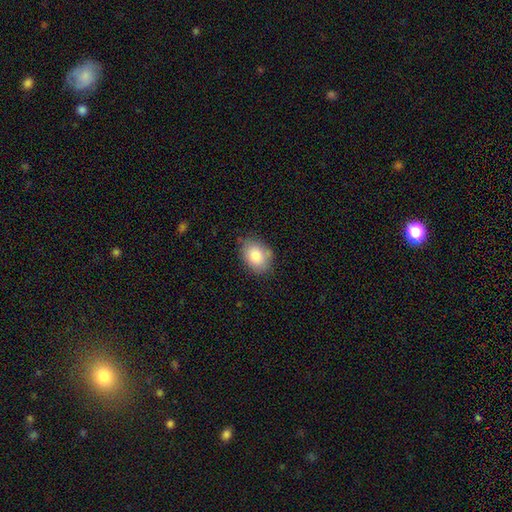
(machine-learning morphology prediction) A smooth galaxy with no disk features (83%) that is in between round and cigar-shaped (76%).

Vote fractions:
- Smooth or featured? smooth: 83% / featured or disk: 9% / star or artifact: 7%
- How rounded? in between: 76% / round: 23% / cigar-shaped: 1%
- Merging? none: 74% / minor disturbance: 19% / major disturbance: 4% / merger: 3%